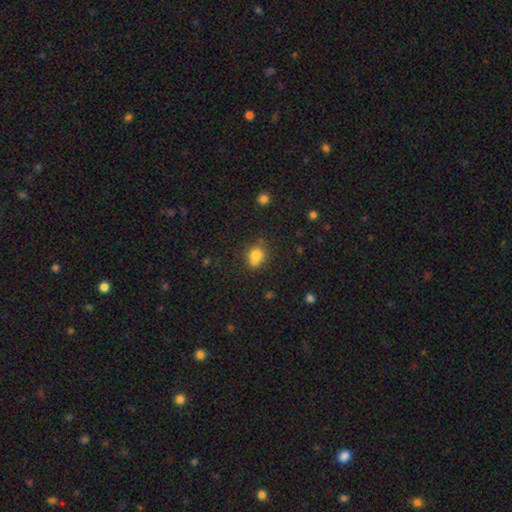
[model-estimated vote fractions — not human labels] The model was most divided on "merging": none: 54%, merger: 26%, minor disturbance: 16%, major disturbance: 5%. More confident: smooth or featured — smooth (77%); how rounded — round (70%).